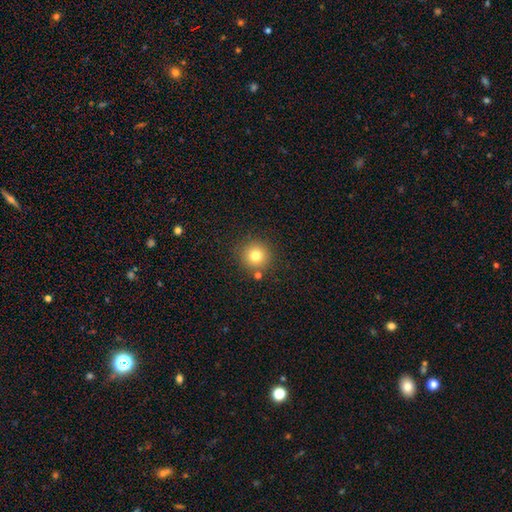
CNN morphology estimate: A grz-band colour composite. It shows a smooth galaxy with no disk features (79%) that is round (95%). Merging: none (85%).